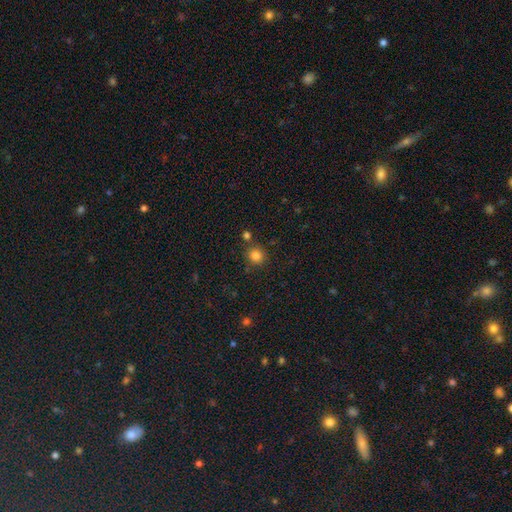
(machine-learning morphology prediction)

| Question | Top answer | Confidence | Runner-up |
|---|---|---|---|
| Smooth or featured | smooth | 82% | star or artifact (13%) |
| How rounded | round | 91% | in between (8%) |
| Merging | none | 79% | merger (9%) |